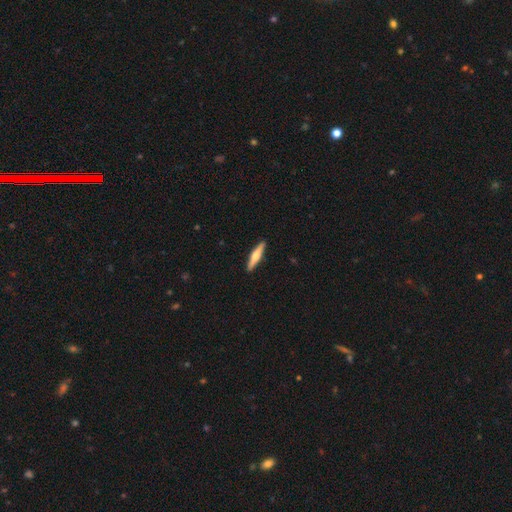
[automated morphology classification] smooth-or-featured: smooth: 55% | featured or disk: 40% | star or artifact: 5%
  how-rounded: cigar-shaped: 86% | in between: 13% | round: 2%
  merging: none: 91% | minor disturbance: 6% | major disturbance: 1% | merger: 1%